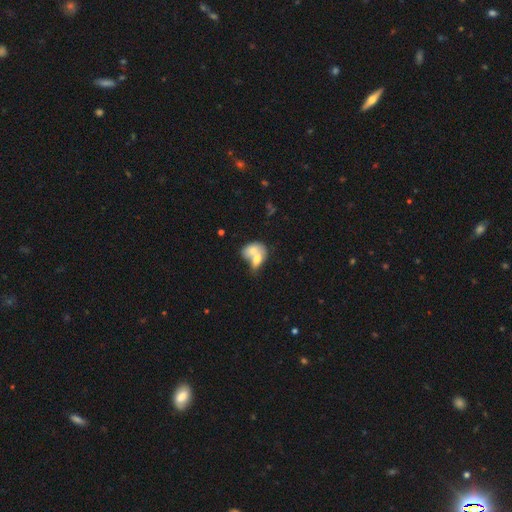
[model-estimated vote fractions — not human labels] smooth-or-featured: smooth: 66% | featured or disk: 27% | star or artifact: 7%
  how-rounded: in between: 71% | round: 26% | cigar-shaped: 2%
  merging: merger: 74% | none: 15% | minor disturbance: 7% | major disturbance: 5%